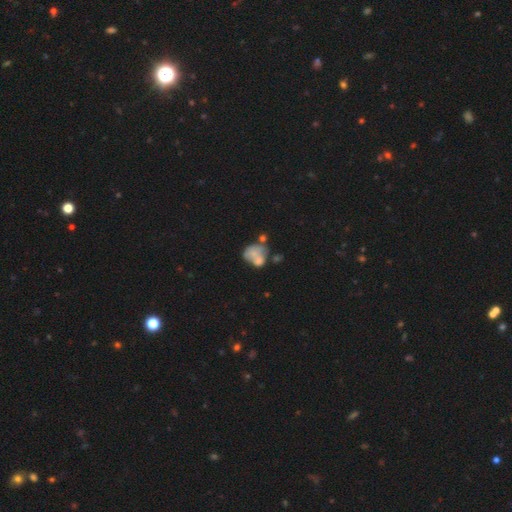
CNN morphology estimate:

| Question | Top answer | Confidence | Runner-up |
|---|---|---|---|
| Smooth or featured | smooth | 54% | featured or disk (34%) |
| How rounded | in between | 53% | round (46%) |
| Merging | merger | 36% | none (26%) |